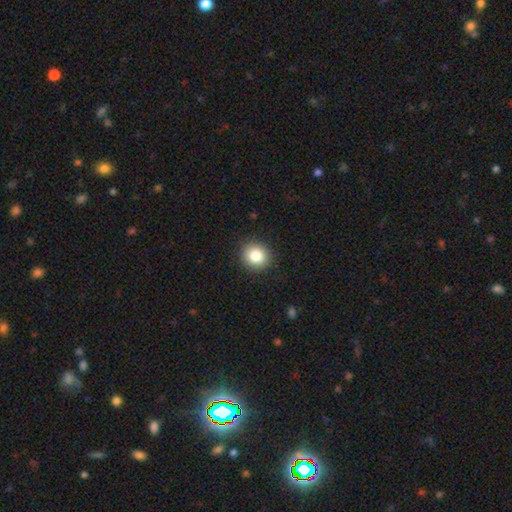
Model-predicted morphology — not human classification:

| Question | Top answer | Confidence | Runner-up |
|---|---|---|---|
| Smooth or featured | smooth | 84% | star or artifact (10%) |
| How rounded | round | 82% | in between (17%) |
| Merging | none | 90% | minor disturbance (7%) |